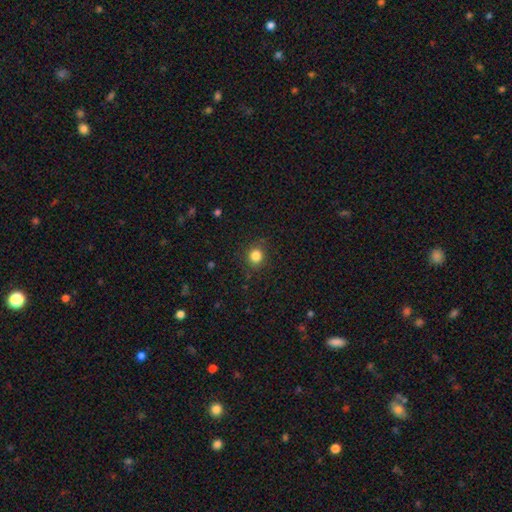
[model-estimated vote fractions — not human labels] smooth_or_featured: smooth (p=0.83) [alt: star or artifact p=0.12]
how_rounded: round (p=0.85) [alt: in between p=0.14]
merging: none (p=0.88) [alt: minor disturbance p=0.09]